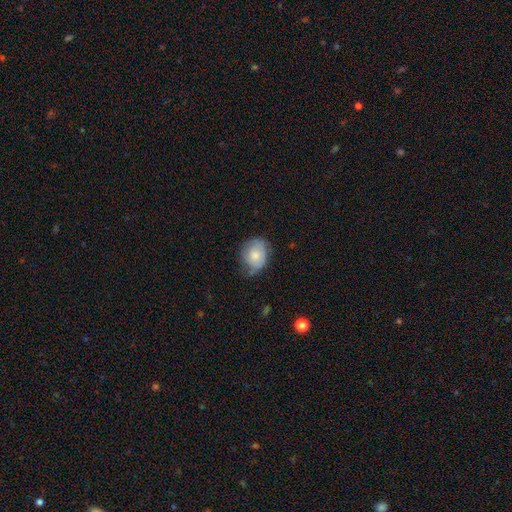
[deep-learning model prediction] smooth 67%, featured or disk 26%, star or artifact 7%. Down the decision tree: how rounded — round (58%); merging — none (51%).